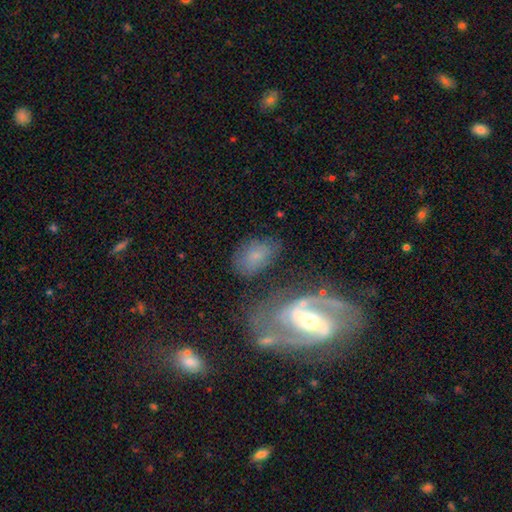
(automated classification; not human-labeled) smooth-or-featured: smooth: 54% | featured or disk: 37% | star or artifact: 9%
  how-rounded: in between: 86% | round: 13% | cigar-shaped: 2%
  merging: none: 56% | minor disturbance: 21% | major disturbance: 12% | merger: 11%